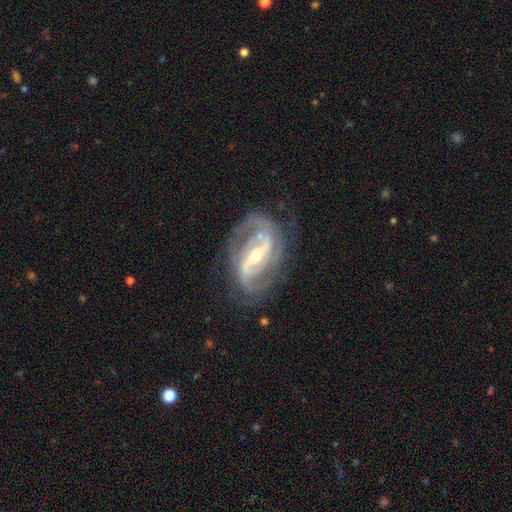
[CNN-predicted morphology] featured or disk 91%, star or artifact 5%, smooth 4%. Down the decision tree: edge-on disk — no (96%); bar — strong (56%); spiral arms — yes (97%); spiral arm count — 2 (72%); spiral winding — medium (50%); bulge size — moderate (56%); merging — none (72%).